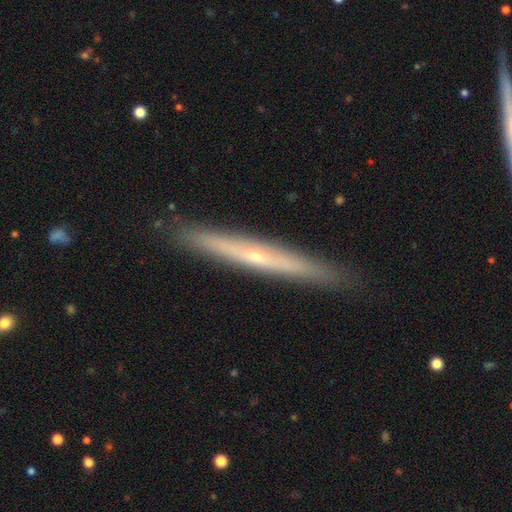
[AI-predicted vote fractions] This appears to be a featured or disk galaxy (69%) viewed edge-on (94%) with a rounded central bulge (65%). Merging: none (90%).